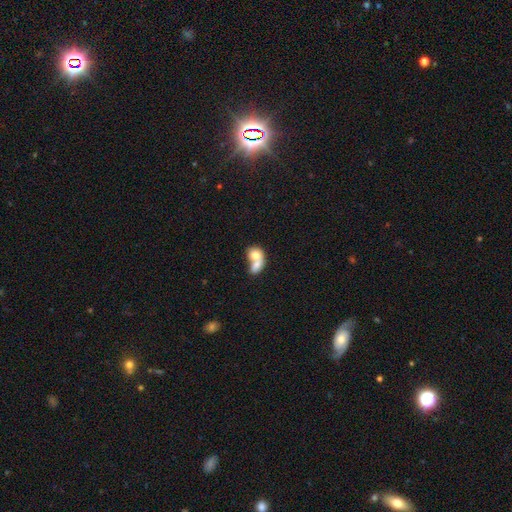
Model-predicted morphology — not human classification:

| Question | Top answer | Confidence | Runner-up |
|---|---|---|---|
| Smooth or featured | smooth | 69% | featured or disk (23%) |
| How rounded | in between | 61% | round (38%) |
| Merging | merger | 77% | none (13%) |